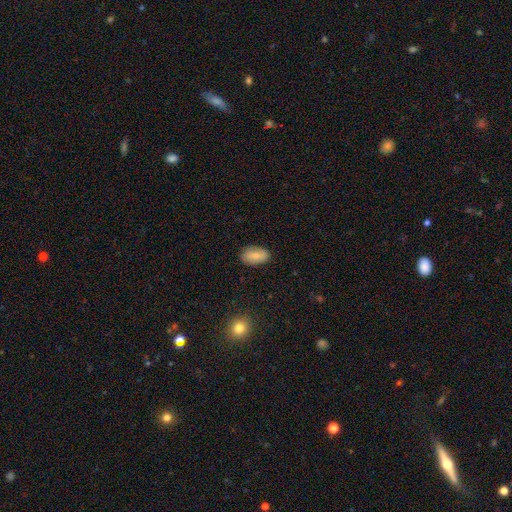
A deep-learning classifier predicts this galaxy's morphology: A smooth galaxy with no disk features (82%) that is in between round and cigar-shaped (93%). Merging: none (86%).